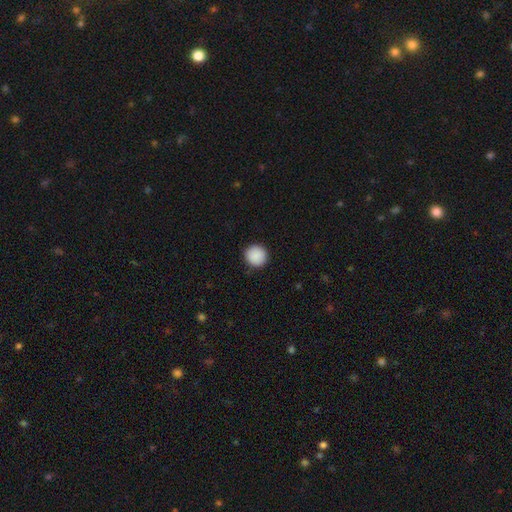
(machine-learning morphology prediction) Smooth or featured? Predicted: smooth (p=0.90). How rounded? Predicted: round (p=0.94). Merging? Predicted: none (p=0.91).